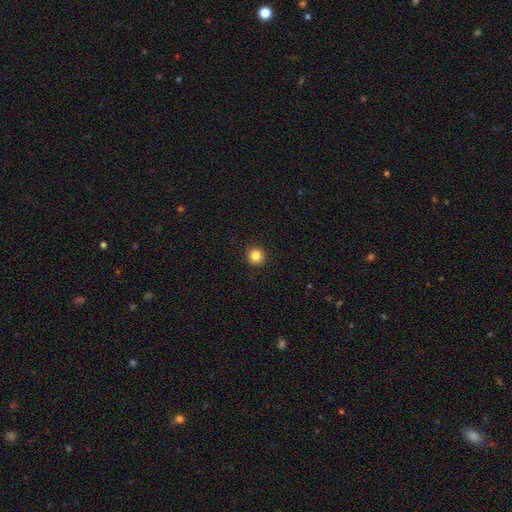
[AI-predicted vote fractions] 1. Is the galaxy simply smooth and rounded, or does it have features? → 84% smooth, 11% star or artifact, 5% featured or disk.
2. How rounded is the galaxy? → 95% round, 4% in between, 1% cigar-shaped.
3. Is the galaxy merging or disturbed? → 93% none, 4% minor disturbance, 2% major disturbance, 1% merger.